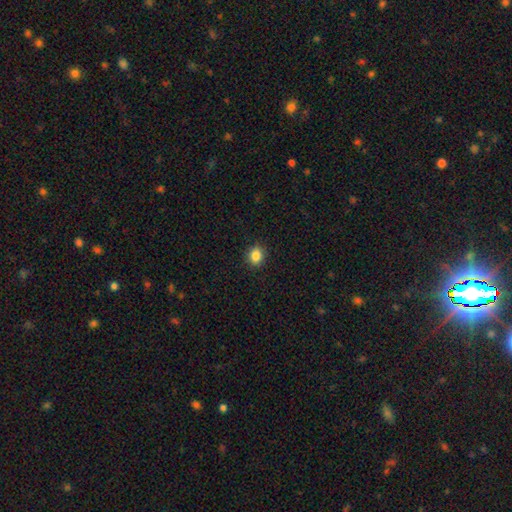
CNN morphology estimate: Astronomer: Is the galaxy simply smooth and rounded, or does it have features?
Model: smooth — 85%.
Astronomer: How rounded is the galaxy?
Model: round — 75%.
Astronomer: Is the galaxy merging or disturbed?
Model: none — 90%.